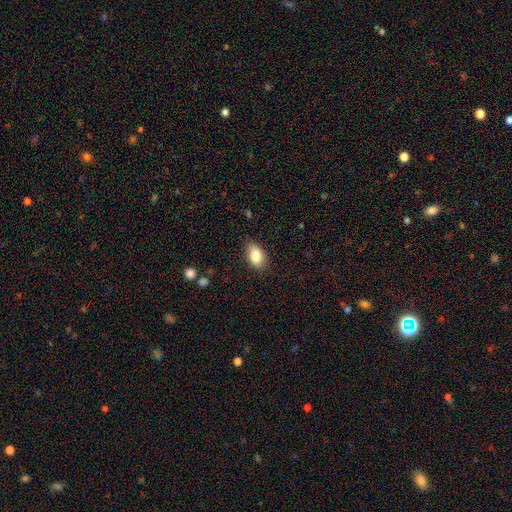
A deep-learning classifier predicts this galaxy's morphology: Smooth or featured? Predicted: smooth (p=0.85). How rounded? Predicted: in between (p=0.90). Merging? Predicted: none (p=0.81).